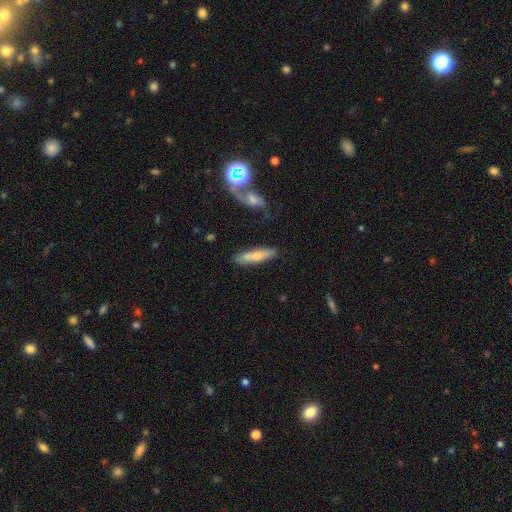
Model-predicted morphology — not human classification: Smooth or featured? Predicted: smooth (p=0.67). How rounded? Predicted: cigar-shaped (p=0.77). Merging? Predicted: none (p=0.75).